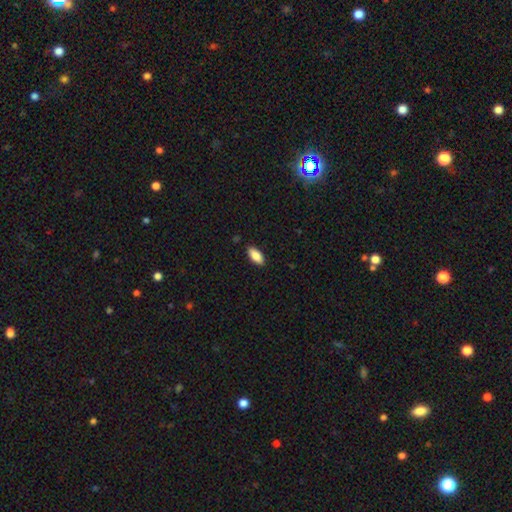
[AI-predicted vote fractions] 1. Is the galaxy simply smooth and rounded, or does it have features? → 86% smooth, 8% featured or disk, 6% star or artifact.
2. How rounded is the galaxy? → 86% in between, 12% cigar-shaped, 2% round.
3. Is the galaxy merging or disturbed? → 88% none, 9% minor disturbance, 2% major disturbance, 1% merger.